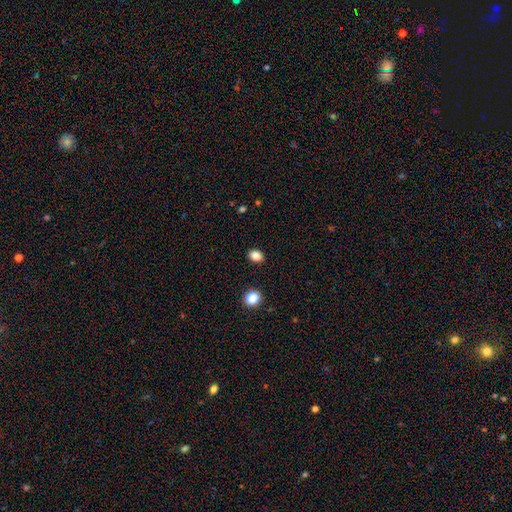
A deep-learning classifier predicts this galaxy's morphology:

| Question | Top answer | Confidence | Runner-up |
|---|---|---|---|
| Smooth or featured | smooth | 85% | star or artifact (11%) |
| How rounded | in between | 60% | round (39%) |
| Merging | none | 90% | minor disturbance (7%) |